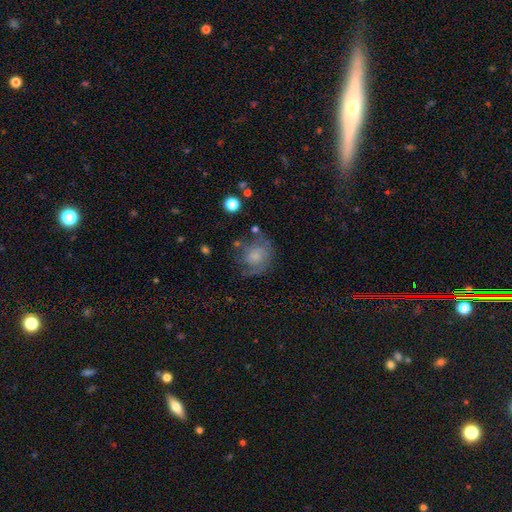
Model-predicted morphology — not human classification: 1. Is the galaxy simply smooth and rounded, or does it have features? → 47% featured or disk, 44% smooth, 9% star or artifact.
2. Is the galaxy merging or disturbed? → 49% none, 25% minor disturbance, 21% major disturbance, 4% merger.